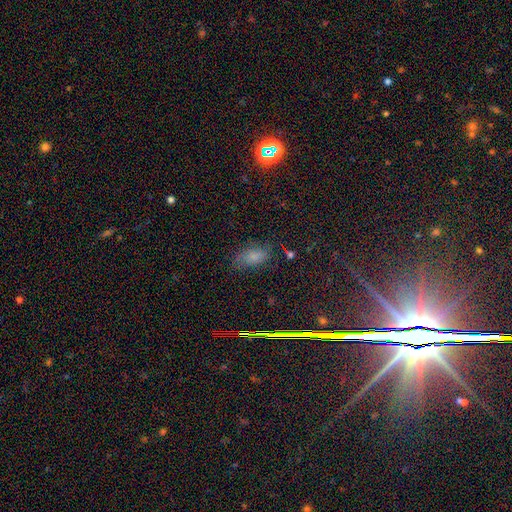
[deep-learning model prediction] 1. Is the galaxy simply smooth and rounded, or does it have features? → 54% star or artifact, 26% smooth, 19% featured or disk.